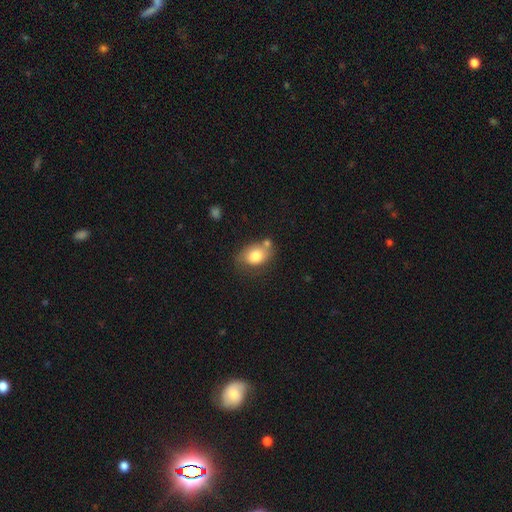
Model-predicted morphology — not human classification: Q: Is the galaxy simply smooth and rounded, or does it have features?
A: smooth — 78%.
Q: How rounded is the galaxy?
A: in between — 73%.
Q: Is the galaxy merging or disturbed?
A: none — 55%.